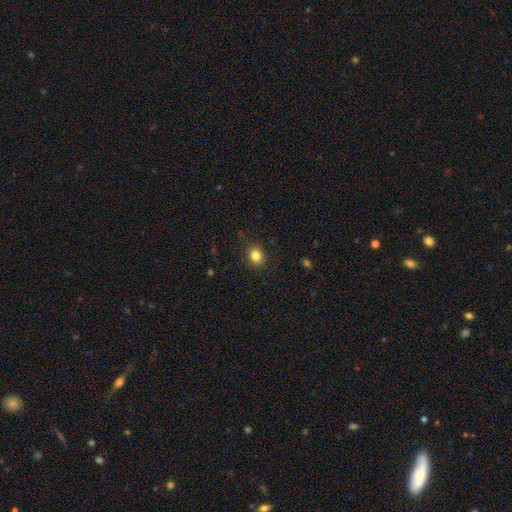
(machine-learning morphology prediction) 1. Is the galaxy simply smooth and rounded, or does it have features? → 84% smooth, 11% star or artifact, 5% featured or disk.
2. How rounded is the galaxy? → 69% round, 30% in between, 1% cigar-shaped.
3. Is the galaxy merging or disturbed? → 89% none, 8% minor disturbance, 2% major disturbance, 1% merger.